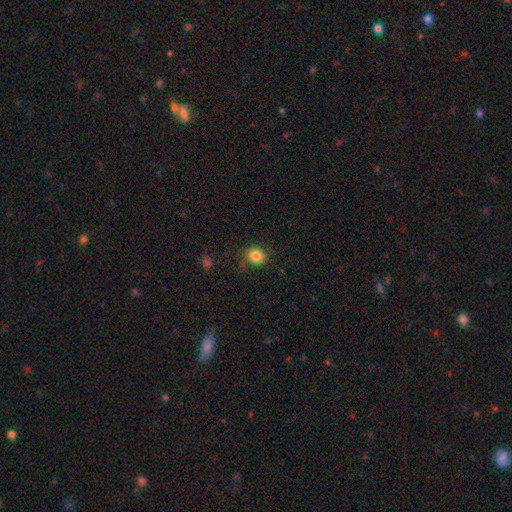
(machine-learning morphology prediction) A smooth galaxy with no disk features (84%) that is round (74%). Merging: none (79%).